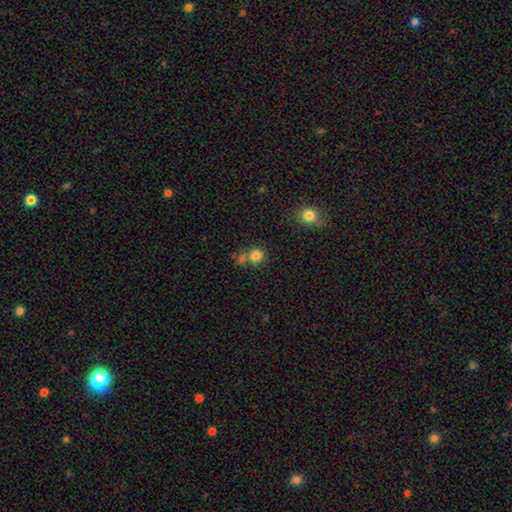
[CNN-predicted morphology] Smooth or featured? smooth (80%)
How rounded? round (85%)
Merging? none (57%)